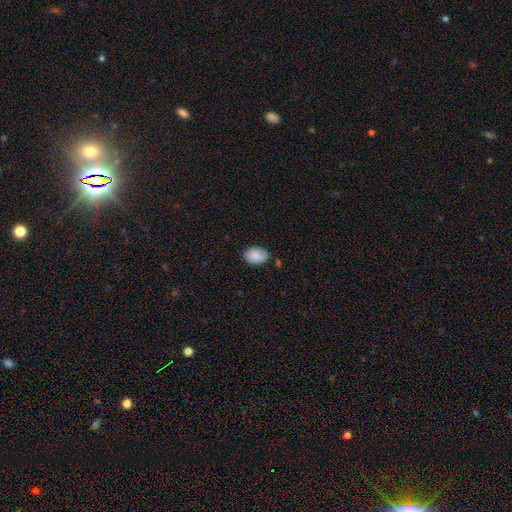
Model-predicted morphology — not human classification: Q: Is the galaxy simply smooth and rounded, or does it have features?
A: smooth — 85%.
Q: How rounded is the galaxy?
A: in between — 85%.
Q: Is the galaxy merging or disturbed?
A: none — 75%.